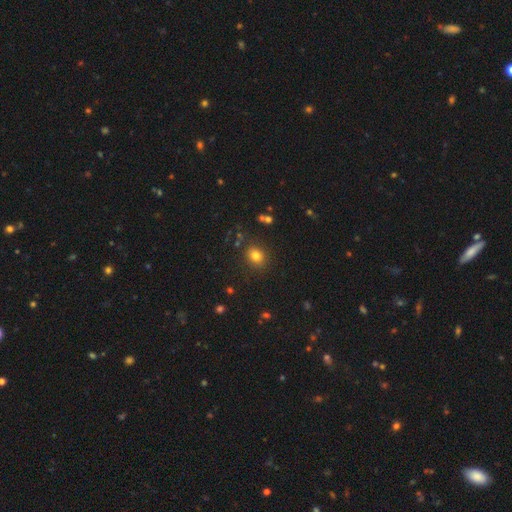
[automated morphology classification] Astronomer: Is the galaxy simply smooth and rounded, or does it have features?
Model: smooth — 79%.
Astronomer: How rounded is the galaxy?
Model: round — 68%.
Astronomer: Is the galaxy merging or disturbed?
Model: none — 86%.